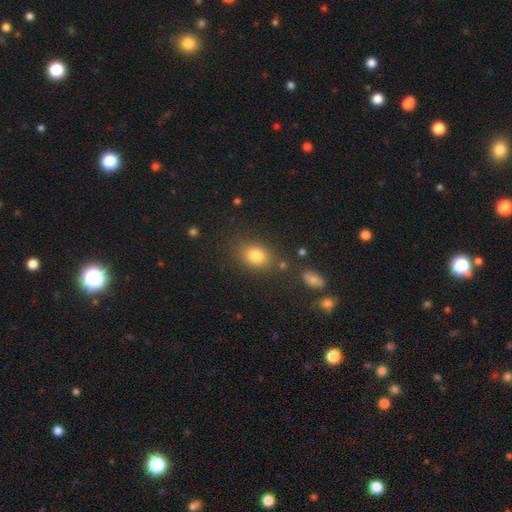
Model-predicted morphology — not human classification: Overall: smooth (81%). How rounded: in between (62%; round 36%). Merging: none (77%).